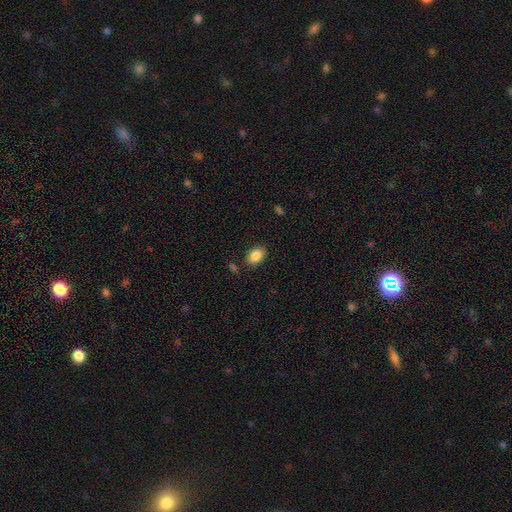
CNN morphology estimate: A smooth galaxy with no disk features (87%) that is in between round and cigar-shaped (82%). Merging: none (84%).